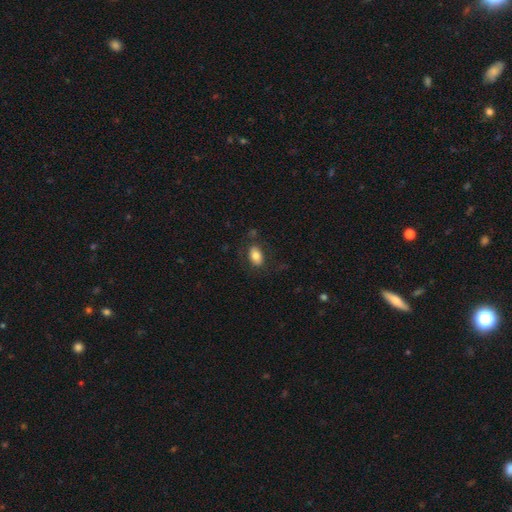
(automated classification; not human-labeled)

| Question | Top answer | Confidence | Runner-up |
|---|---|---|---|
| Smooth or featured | smooth | 79% | featured or disk (13%) |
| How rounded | in between | 88% | round (10%) |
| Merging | none | 78% | minor disturbance (14%) |